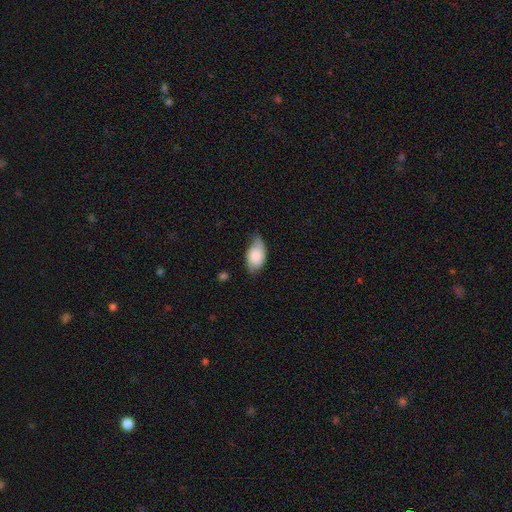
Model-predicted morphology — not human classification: Q: Smooth or featured?
A: smooth (70%); runner-up: featured or disk (23%)
Q: How rounded?
A: in between (92%); runner-up: round (6%)
Q: Merging?
A: none (57%); runner-up: minor disturbance (34%)